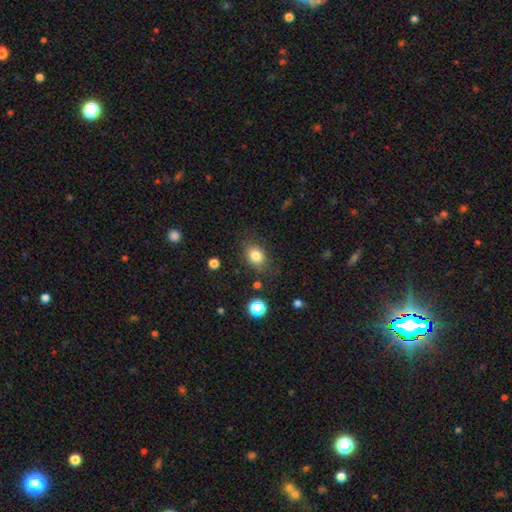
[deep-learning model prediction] This appears to be a smooth galaxy with no disk features (82%) that is in between round and cigar-shaped (61%). Merging: none (78%).